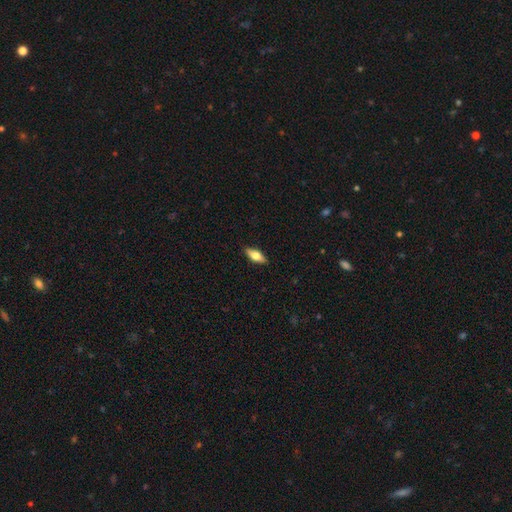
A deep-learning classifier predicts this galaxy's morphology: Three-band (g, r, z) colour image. It shows a smooth galaxy with no disk features (61%) that is in between round and cigar-shaped (72%). Merging: none (88%).